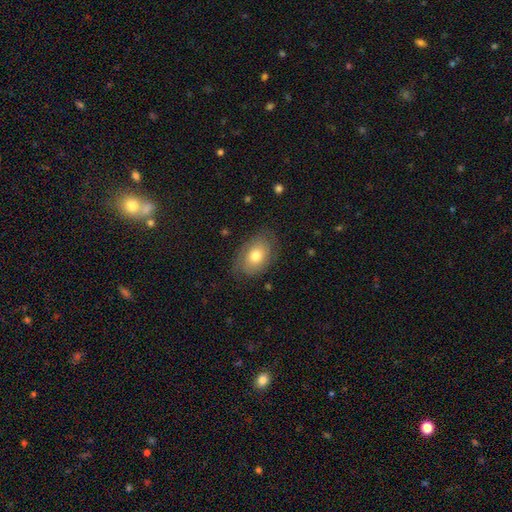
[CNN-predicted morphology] type=smooth (62%); roundness=in between (84%); merging=none (73%).